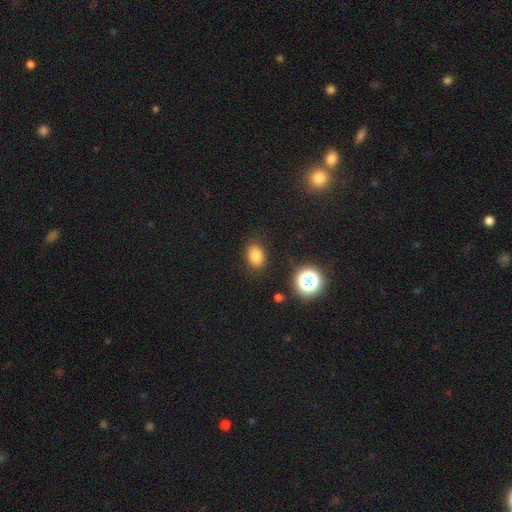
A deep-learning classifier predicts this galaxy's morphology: Overall: smooth (78%). How rounded: in between (73%). Merging: none (86%).